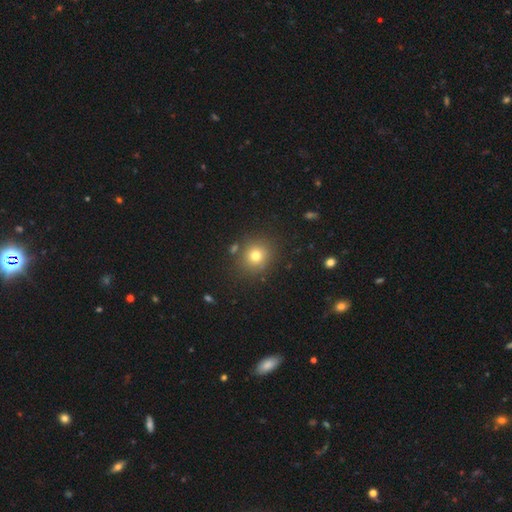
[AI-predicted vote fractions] Q: Smooth or featured?
A: smooth (75%); runner-up: star or artifact (15%)
Q: How rounded?
A: round (84%); runner-up: in between (15%)
Q: Merging?
A: none (82%); runner-up: minor disturbance (9%)